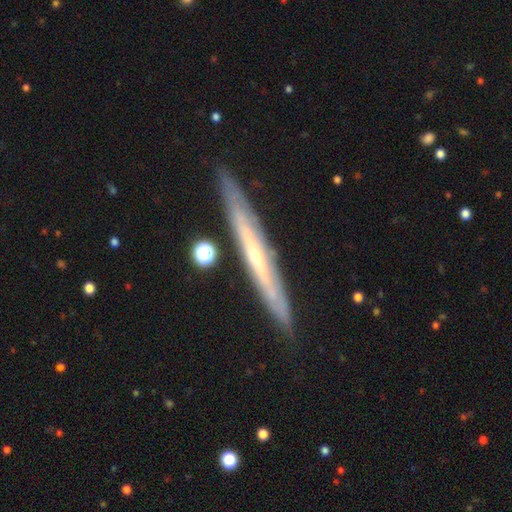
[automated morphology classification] smooth_or_featured: featured or disk (p=0.76) [alt: smooth p=0.18]
disk_edge_on: yes (p=0.87) [alt: no p=0.13]
edge_on_bulge: rounded (p=0.52) [alt: none p=0.45]
merging: none (p=0.86) [alt: minor disturbance p=0.10]